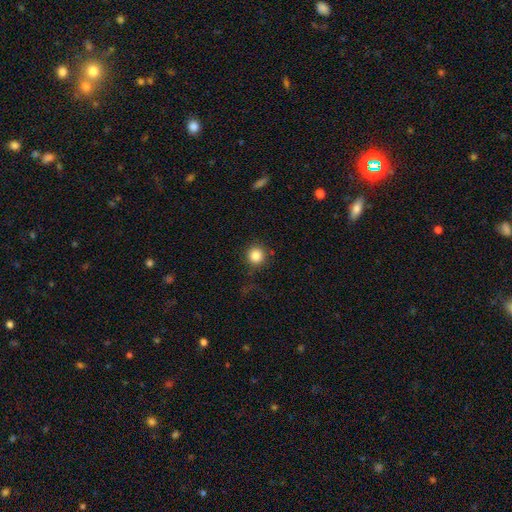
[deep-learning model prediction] Smooth or featured?
  - smooth: 85% *
  - star or artifact: 10%
  - featured or disk: 4%
How rounded?
  - round: 94% *
  - in between: 5%
  - cigar-shaped: 1%
Merging?
  - none: 86% *
  - minor disturbance: 9%
  - major disturbance: 4%
  - merger: 2%